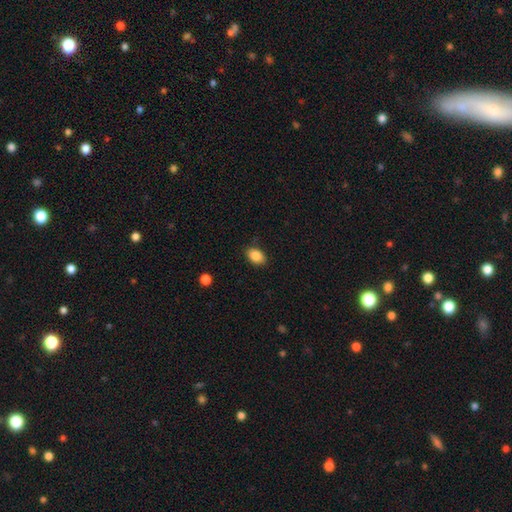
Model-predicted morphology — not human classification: Smooth or featured?
  - smooth: 87% *
  - star or artifact: 8%
  - featured or disk: 5%
How rounded?
  - in between: 82% *
  - round: 16%
  - cigar-shaped: 1%
Merging?
  - none: 86% *
  - minor disturbance: 11%
  - major disturbance: 2%
  - merger: 1%